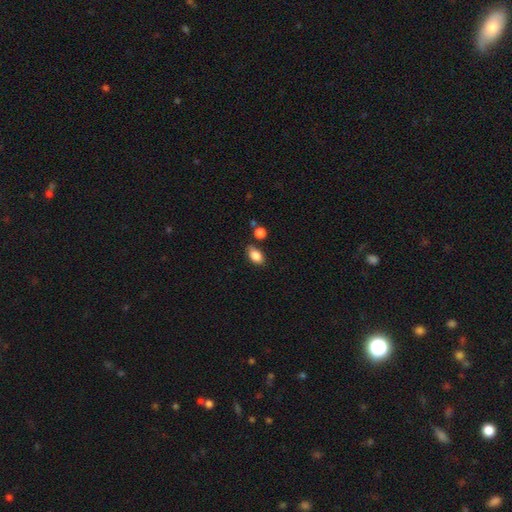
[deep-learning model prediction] A smooth galaxy with no disk features (85%) that is in between round and cigar-shaped (88%). Merging: none (73%).